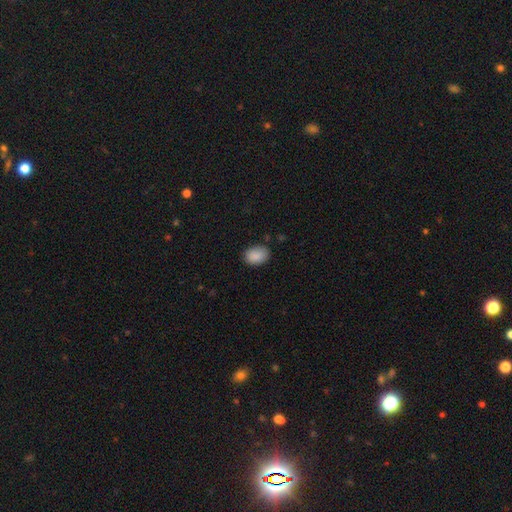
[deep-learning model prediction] Smooth or featured?
  - smooth: 89% *
  - star or artifact: 7%
  - featured or disk: 4%
How rounded?
  - in between: 81% *
  - round: 18%
  - cigar-shaped: 1%
Merging?
  - none: 82% *
  - minor disturbance: 14%
  - major disturbance: 3%
  - merger: 1%